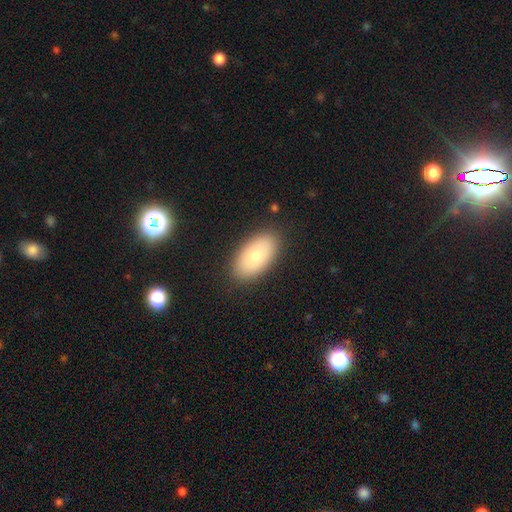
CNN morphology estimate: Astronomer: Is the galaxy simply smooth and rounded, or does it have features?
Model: smooth — 76%.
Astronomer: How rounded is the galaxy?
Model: in between — 94%.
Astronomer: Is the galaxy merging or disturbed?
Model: none — 87%.